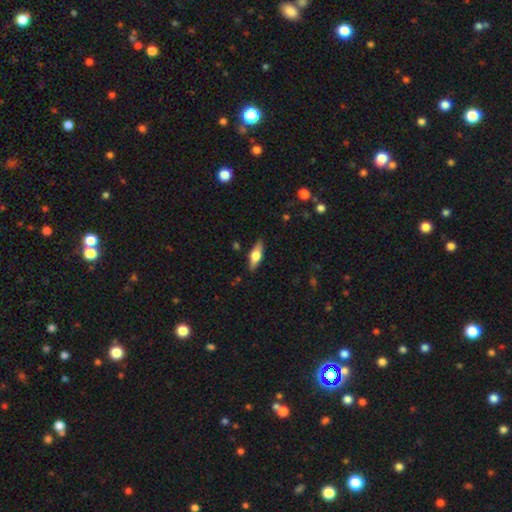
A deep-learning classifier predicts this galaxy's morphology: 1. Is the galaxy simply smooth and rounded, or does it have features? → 47% featured or disk, 46% smooth, 6% star or artifact.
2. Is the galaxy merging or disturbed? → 87% none, 10% minor disturbance, 2% major disturbance, 1% merger.